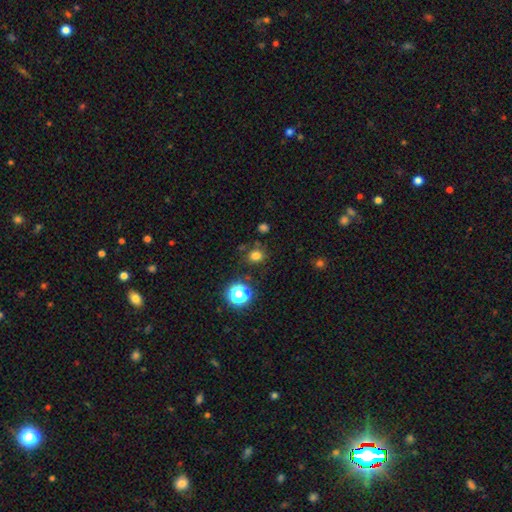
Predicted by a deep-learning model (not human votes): This appears to be a smooth galaxy with no disk features (77%) that is round (68%). Merging: none (80%).